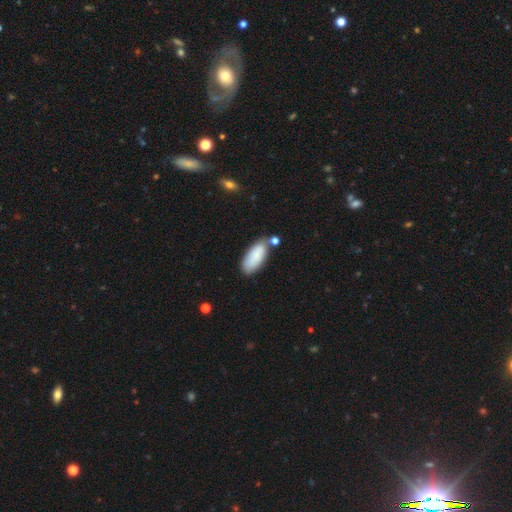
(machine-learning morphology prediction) Q: Smooth or featured?
A: smooth (85%); runner-up: featured or disk (8%)
Q: How rounded?
A: in between (83%); runner-up: cigar-shaped (15%)
Q: Merging?
A: none (61%); runner-up: minor disturbance (18%)